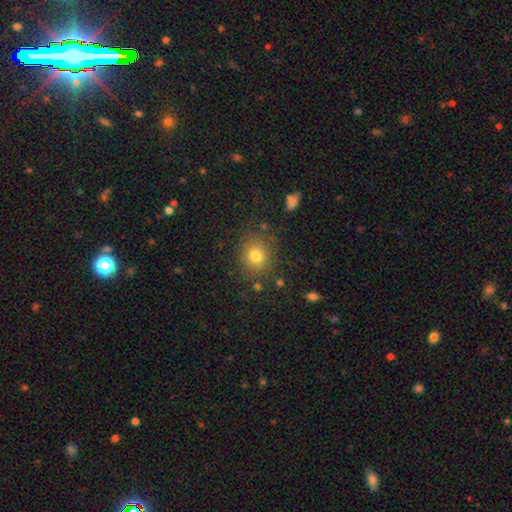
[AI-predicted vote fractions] Smooth or featured: smooth — 78% (star or artifact — 14%)
How rounded: round — 77% (in between — 22%)
Merging: none — 81% (minor disturbance — 11%)